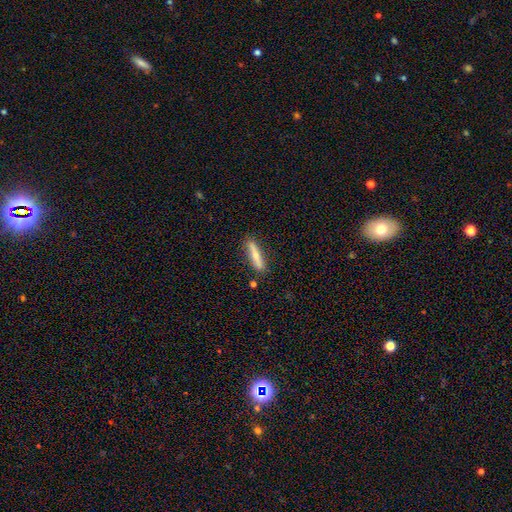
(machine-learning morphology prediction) This is likely a smooth galaxy (65%). How rounded: clearly cigar-shaped (86%). Merging: clearly none (84%).